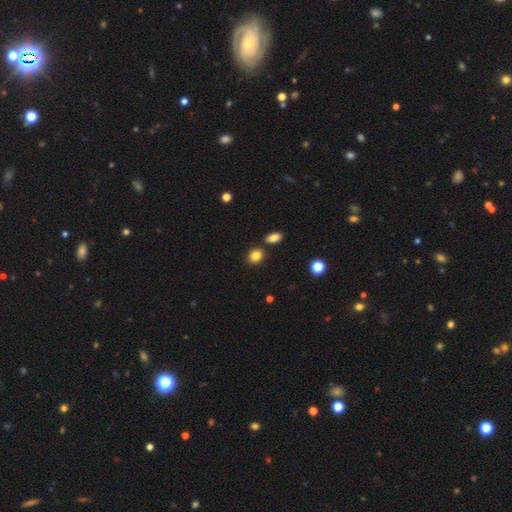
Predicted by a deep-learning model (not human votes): Smooth or featured? smooth (84%)
How rounded? round (66%)
Merging? none (80%)